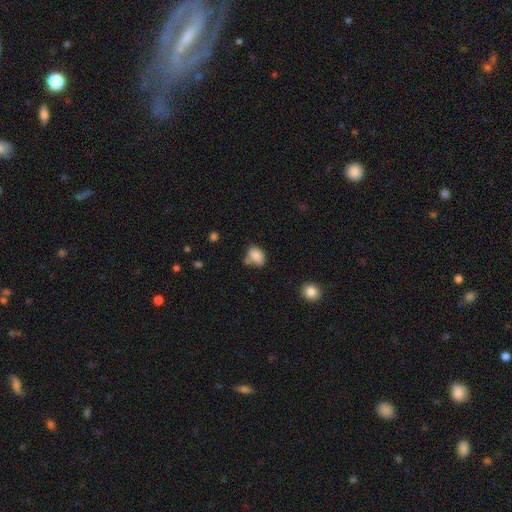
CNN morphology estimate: smooth-or-featured: smooth: 84% | star or artifact: 9% | featured or disk: 7%
  how-rounded: in between: 77% | round: 22% | cigar-shaped: 1%
  merging: none: 52% | minor disturbance: 22% | merger: 19% | major disturbance: 7%